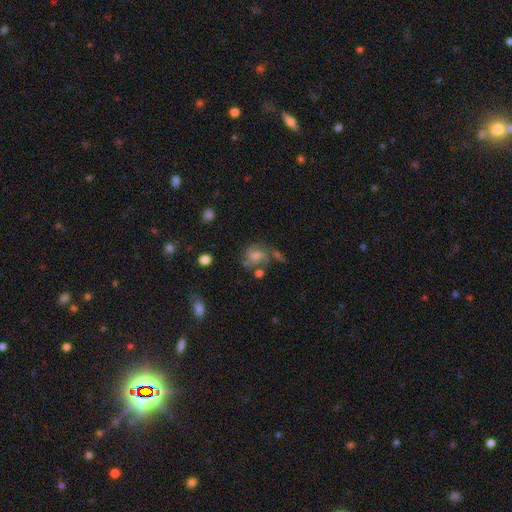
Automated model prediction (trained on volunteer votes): smooth_or_featured: featured or disk (p=0.72) [alt: smooth p=0.17]
disk_edge_on: no (p=0.97) [alt: yes p=0.03]
bar: no (p=0.45) [alt: weak p=0.44]
has_spiral_arms: yes (p=0.91) [alt: no p=0.09]
spiral_winding: medium (p=0.52) [alt: tight p=0.29]
spiral_arm_count: 2 (p=0.52) [alt: 3 p=0.18]
bulge_size: moderate (p=0.48) [alt: small p=0.30]
merging: none (p=0.53) [alt: minor disturbance p=0.19]